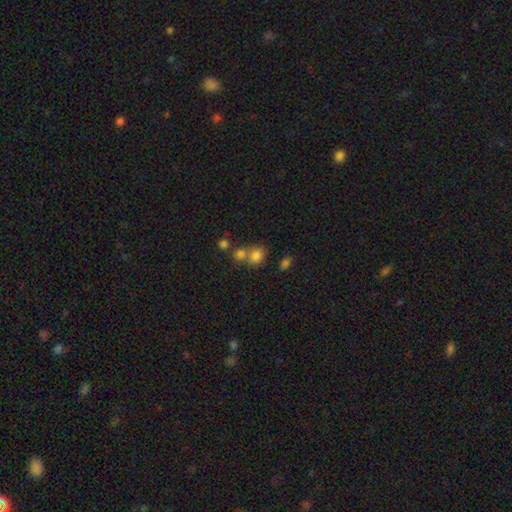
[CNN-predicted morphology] Smooth or featured?
  - smooth: 78% *
  - star or artifact: 14%
  - featured or disk: 9%
How rounded?
  - round: 73% *
  - in between: 26%
  - cigar-shaped: 1%
Merging?
  - none: 49% *
  - merger: 38%
  - minor disturbance: 9%
  - major disturbance: 4%